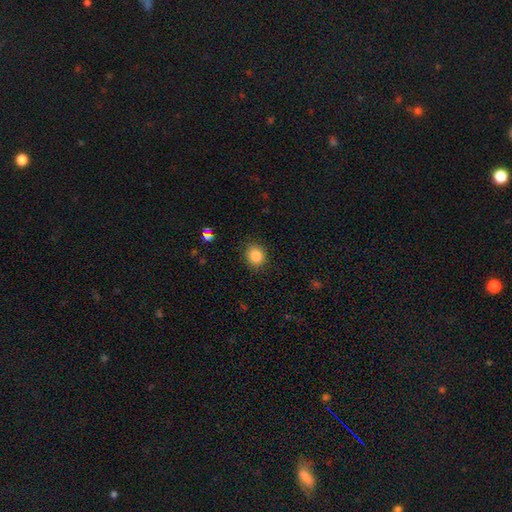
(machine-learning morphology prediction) Smooth or featured? smooth (86%)
How rounded? round (76%)
Merging? none (87%)